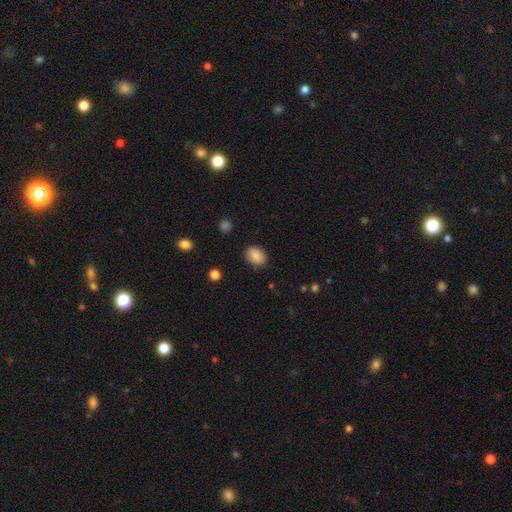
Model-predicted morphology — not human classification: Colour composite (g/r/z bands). It shows a smooth galaxy with no disk features (87%) that is in between round and cigar-shaped (72%). Merging: none (82%).